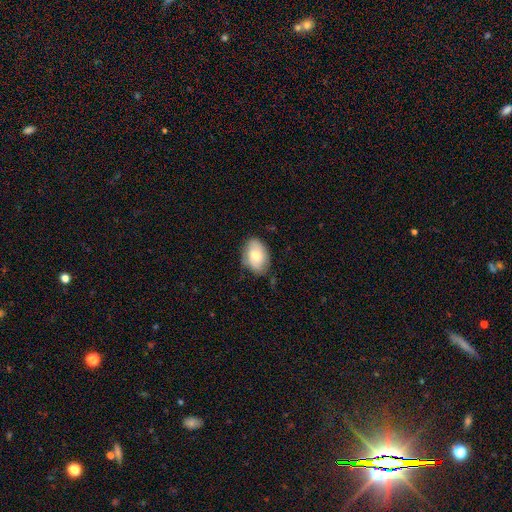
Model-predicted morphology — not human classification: Q: Smooth or featured?
A: smooth (71%); runner-up: featured or disk (22%)
Q: How rounded?
A: in between (85%); runner-up: round (14%)
Q: Merging?
A: none (73%); runner-up: minor disturbance (22%)